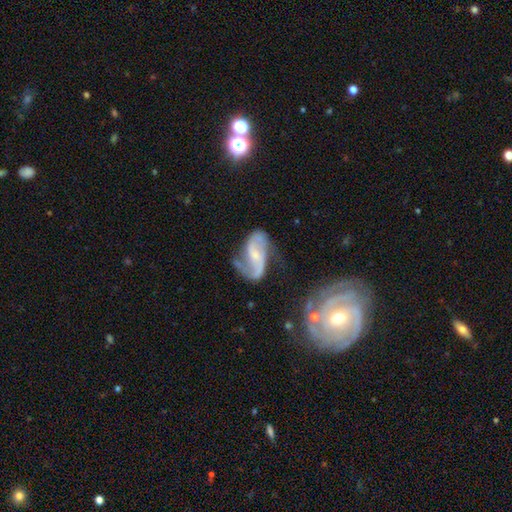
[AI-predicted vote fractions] smooth-or-featured: featured or disk: 85% | smooth: 9% | star or artifact: 6%
  disk-edge-on: no: 97% | yes: 3%
    bar: weak: 42% | no: 39% | strong: 19%
    has-spiral-arms: yes: 95% | no: 5%
      spiral-winding: loose: 45% | medium: 42% | tight: 13%
      spiral-arm-count: 2: 86% | can't tell: 5% | 1: 4% | 3: 2% | 4: 1% | more than 4: 1%
    bulge-size: small: 56% | moderate: 27% | none: 14% | large: 2% | dominant: 1%
  merging: none: 53% | minor disturbance: 23% | major disturbance: 17% | merger: 7%